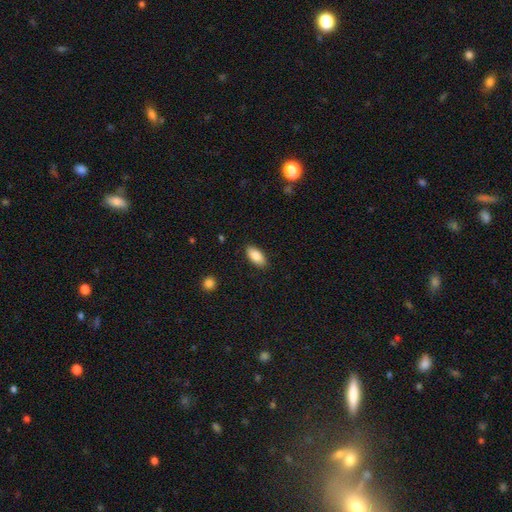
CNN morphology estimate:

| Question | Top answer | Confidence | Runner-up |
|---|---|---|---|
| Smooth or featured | smooth | 86% | featured or disk (7%) |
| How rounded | in between | 91% | cigar-shaped (6%) |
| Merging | none | 88% | minor disturbance (9%) |